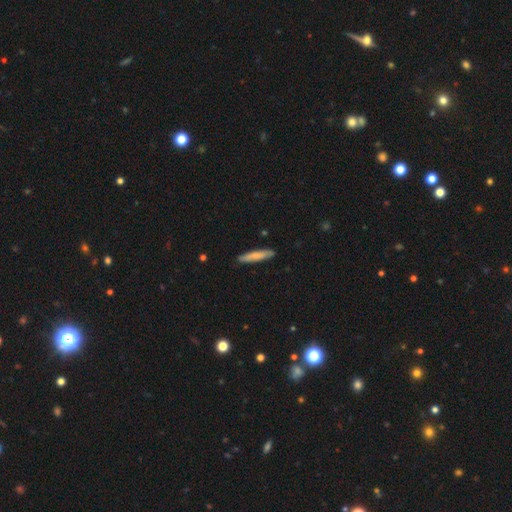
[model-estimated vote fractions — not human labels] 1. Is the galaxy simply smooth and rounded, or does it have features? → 76% smooth, 19% featured or disk, 5% star or artifact.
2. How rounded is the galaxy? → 91% cigar-shaped, 8% in between, 1% round.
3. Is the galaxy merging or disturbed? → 89% none, 9% minor disturbance, 2% major disturbance, 1% merger.